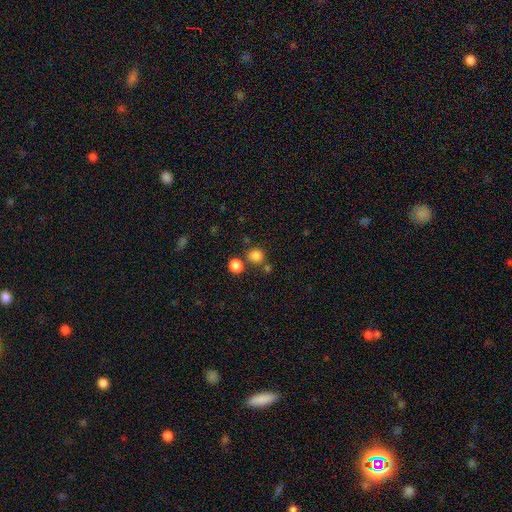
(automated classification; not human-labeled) This appears to be a smooth galaxy with no disk features (82%) that is round (86%). Merging: none (72%).